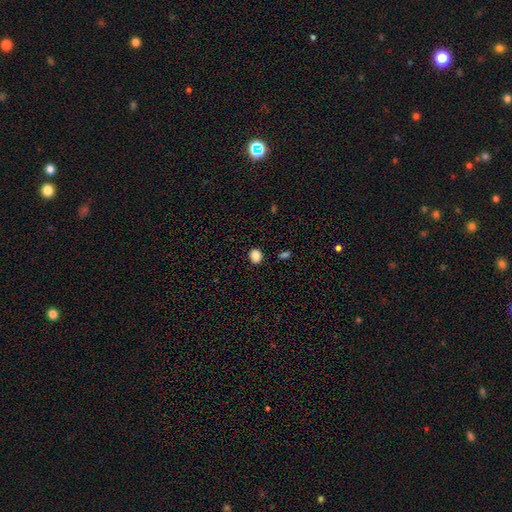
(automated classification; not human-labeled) Smooth or featured? smooth (87%)
How rounded? round (52%)
Merging? none (87%)